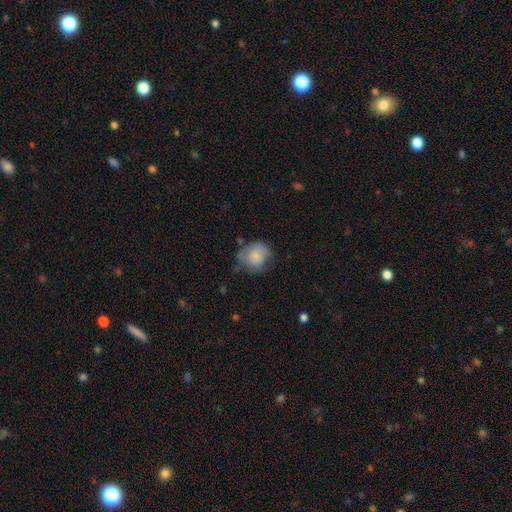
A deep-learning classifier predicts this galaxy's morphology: smooth_or_featured: smooth (p=0.78) [alt: featured or disk p=0.15]
how_rounded: round (p=0.76) [alt: in between p=0.23]
merging: none (p=0.51) [alt: minor disturbance p=0.34]